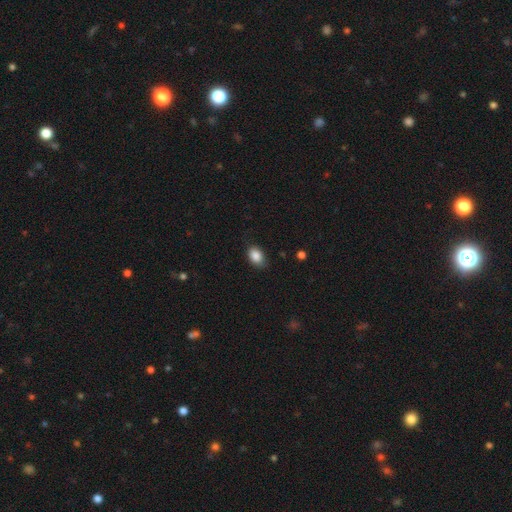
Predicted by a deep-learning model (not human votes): Q: Smooth or featured?
A: smooth (87%); runner-up: star or artifact (8%)
Q: How rounded?
A: in between (80%); runner-up: round (18%)
Q: Merging?
A: none (78%); runner-up: minor disturbance (18%)